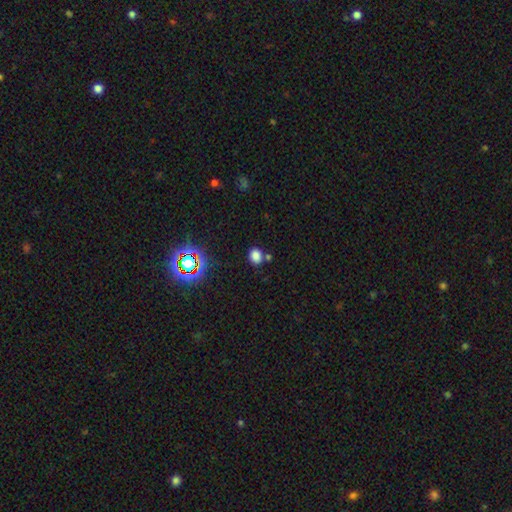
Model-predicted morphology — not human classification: This is likely a smooth galaxy (77%). How rounded: possibly round (59%). Merging: likely none (74%).